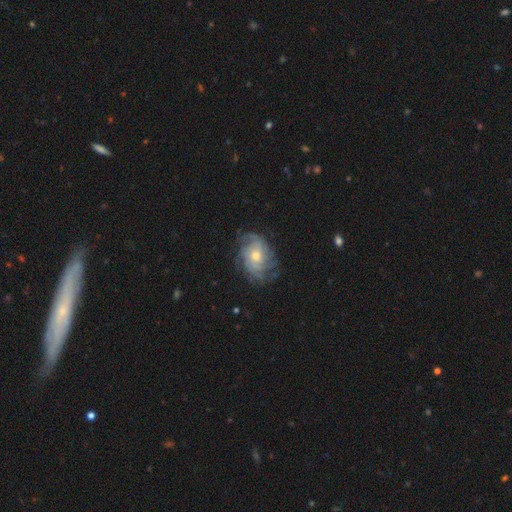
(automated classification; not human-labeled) This appears to be a featured or disk galaxy (80%) with no bar (76%), tight (55%) spiral arms (92%) and a moderate central bulge (61%). Merging: none (71%).